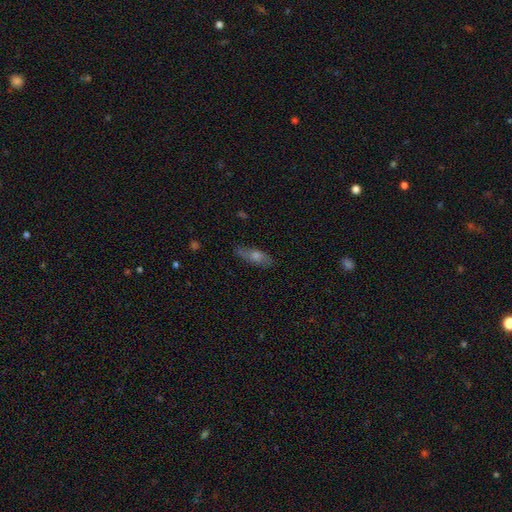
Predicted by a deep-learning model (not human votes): Smooth or featured: featured or disk — 45% (smooth — 44%)
Merging: none — 81% (minor disturbance — 14%)